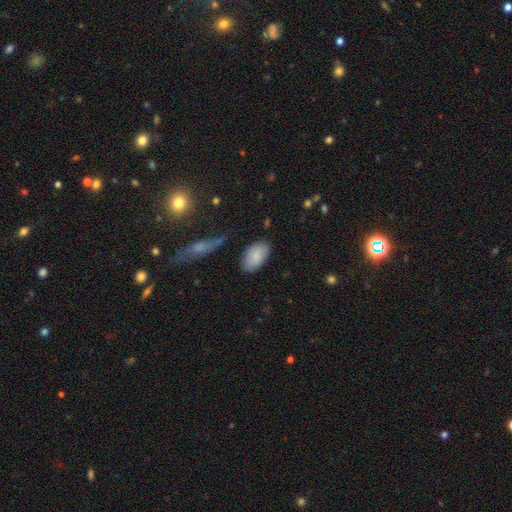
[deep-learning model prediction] Smooth or featured? Predicted: smooth (p=0.86). How rounded? Predicted: in between (p=0.94). Merging? Predicted: none (p=0.79).